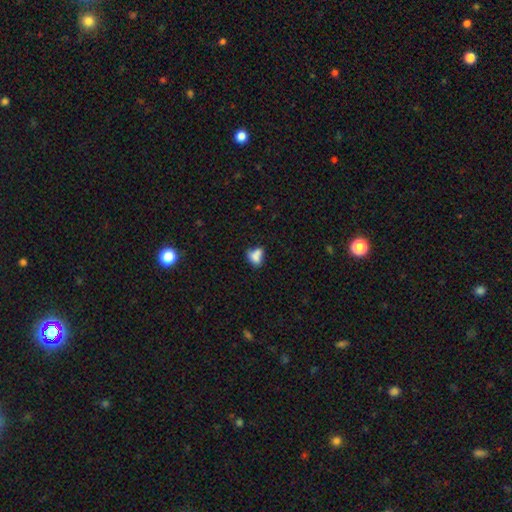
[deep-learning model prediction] Overall: smooth (74%). How rounded: in between (73%). Merging: merger (36%; none 31%).